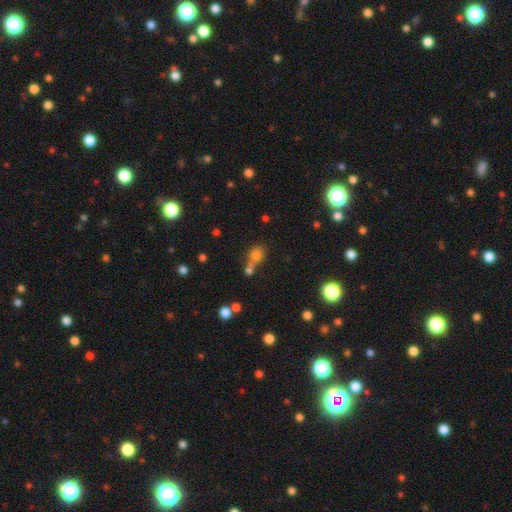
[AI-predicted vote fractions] smooth-or-featured: smooth: 72% | star or artifact: 18% | featured or disk: 10%
  how-rounded: round: 73% | in between: 25% | cigar-shaped: 2%
  merging: merger: 43% | none: 41% | minor disturbance: 10% | major disturbance: 6%